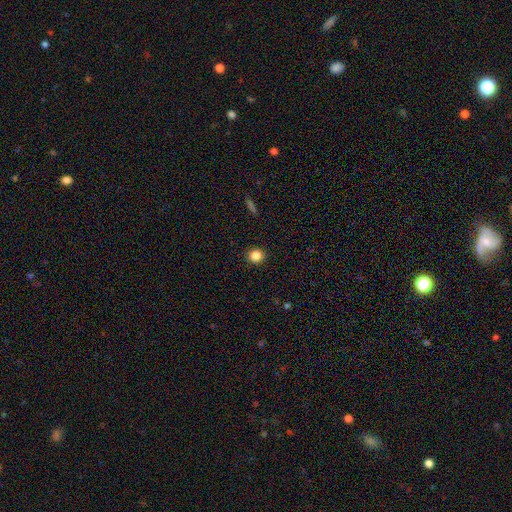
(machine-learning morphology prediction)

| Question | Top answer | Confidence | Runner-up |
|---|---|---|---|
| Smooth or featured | smooth | 84% | star or artifact (11%) |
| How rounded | round | 90% | in between (9%) |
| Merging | none | 92% | minor disturbance (5%) |